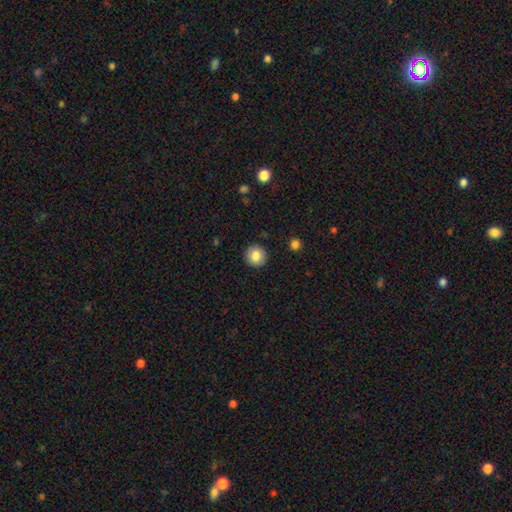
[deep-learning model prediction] Morphology: type=smooth (83%); roundness=round (94%); merging=none (92%).